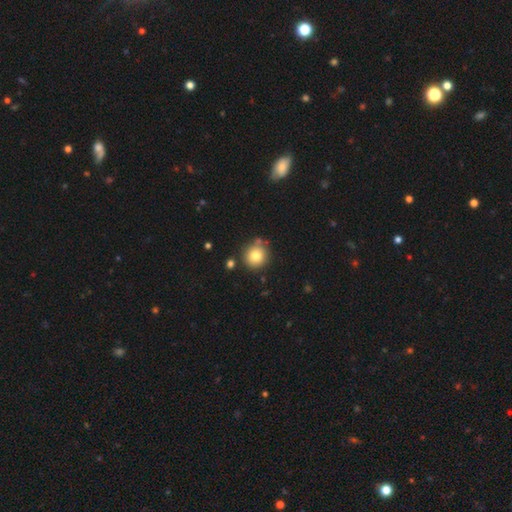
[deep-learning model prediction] A smooth galaxy with no disk features (79%) that is round (91%). Merging: none (79%).